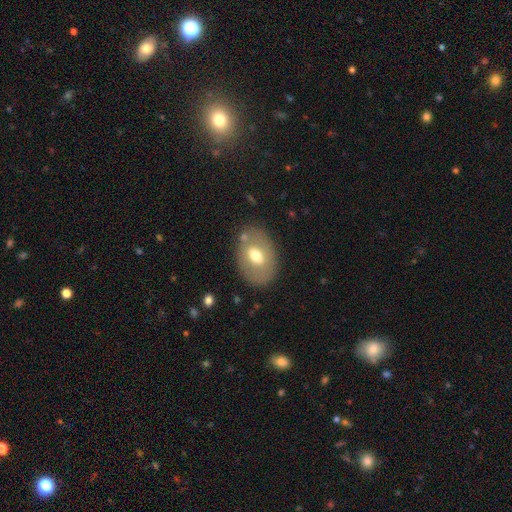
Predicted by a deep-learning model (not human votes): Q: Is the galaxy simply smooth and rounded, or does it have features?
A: smooth — 58%.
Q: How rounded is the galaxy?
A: in between — 80%.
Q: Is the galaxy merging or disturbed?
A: none — 78%.